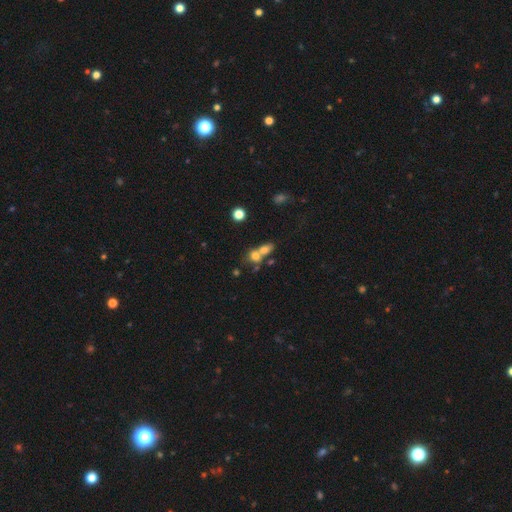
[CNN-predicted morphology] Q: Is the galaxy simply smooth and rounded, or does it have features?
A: smooth — 69%.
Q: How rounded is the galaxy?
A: round — 58%.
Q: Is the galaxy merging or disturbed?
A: merger — 60%.